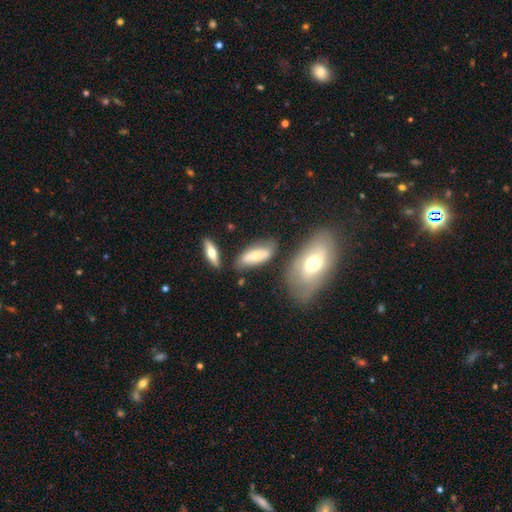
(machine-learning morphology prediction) The model was most divided on "smooth or featured": smooth: 57%, featured or disk: 35%, star or artifact: 7%. More confident: how rounded — in between (70%); merging — none (68%).